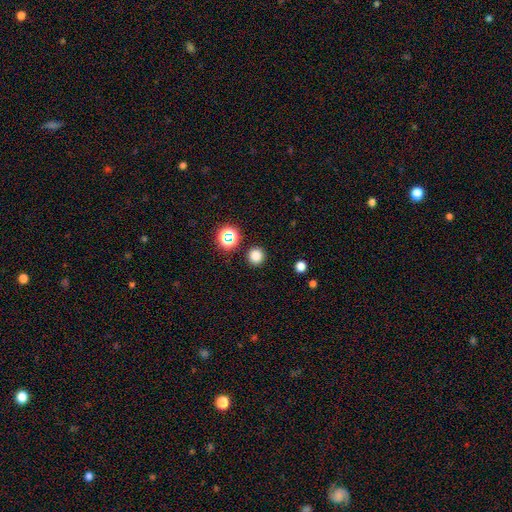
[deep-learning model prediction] Smooth or featured: smooth — 79% (star or artifact — 16%)
How rounded: round — 93% (in between — 6%)
Merging: none — 90% (minor disturbance — 5%)